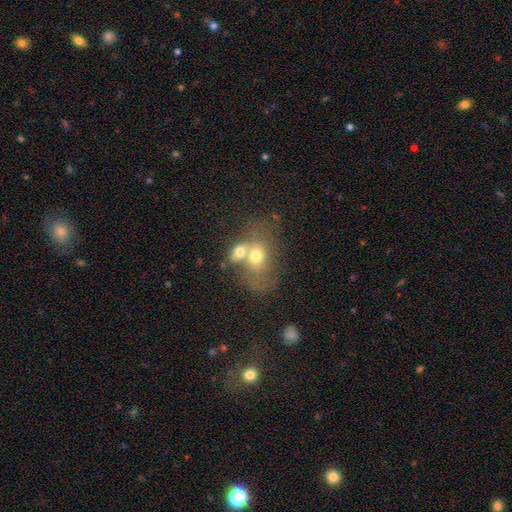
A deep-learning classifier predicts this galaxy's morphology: A smooth galaxy with no disk features (61%) that is in between round and cigar-shaped (63%). Merging: merger (68%).